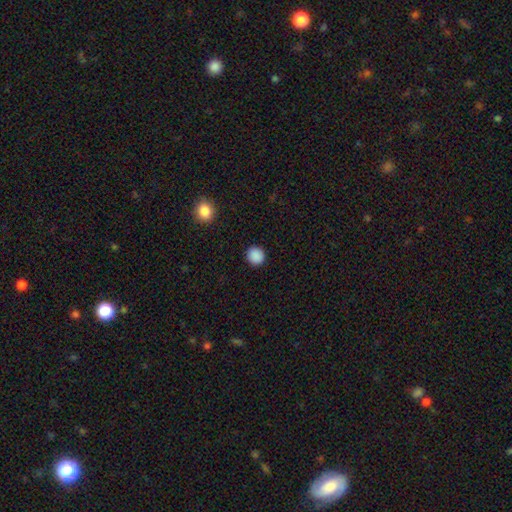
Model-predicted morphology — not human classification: smooth 88%, star or artifact 9%, featured or disk 2%. Down the decision tree: how rounded — round (91%); merging — none (92%).